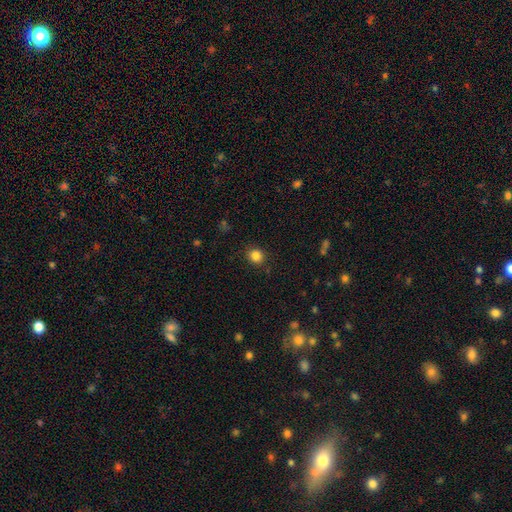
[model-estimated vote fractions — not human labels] Smooth or featured? Predicted: smooth (p=0.85). How rounded? Predicted: round (p=0.79). Merging? Predicted: none (p=0.88).